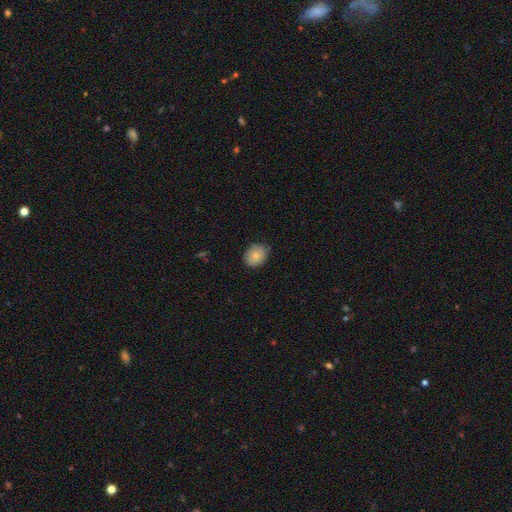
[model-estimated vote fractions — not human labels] Morphology: type=smooth (79%); roundness=round (56%); merging=none (75%).